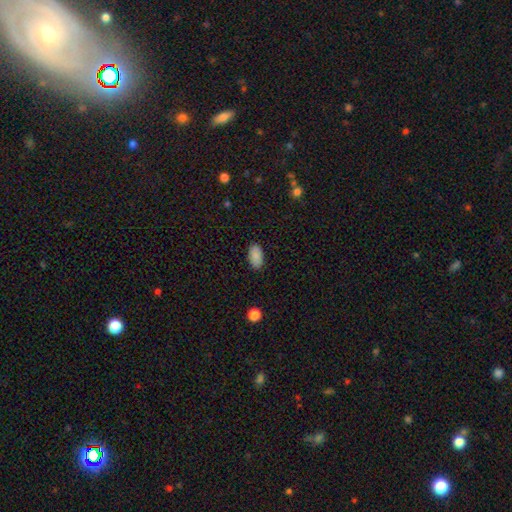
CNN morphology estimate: This is clearly a smooth galaxy (88%). How rounded: clearly in between (94%). Merging: clearly none (88%).